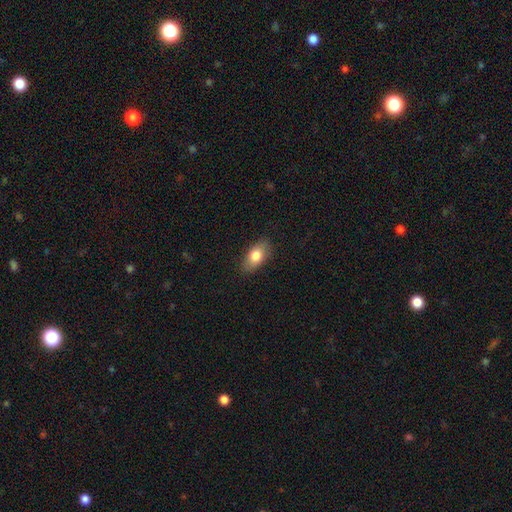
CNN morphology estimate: Smooth or featured? Predicted: smooth (p=0.80). How rounded? Predicted: in between (p=0.89). Merging? Predicted: none (p=0.85).